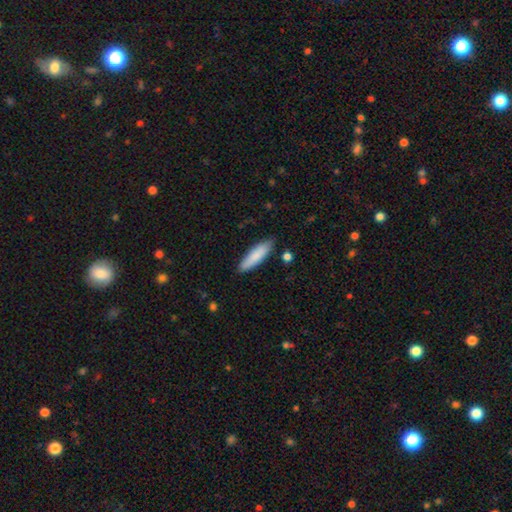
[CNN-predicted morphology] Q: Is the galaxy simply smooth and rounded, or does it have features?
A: smooth — 83%.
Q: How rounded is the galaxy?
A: cigar-shaped — 61%.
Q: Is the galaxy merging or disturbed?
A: none — 84%.